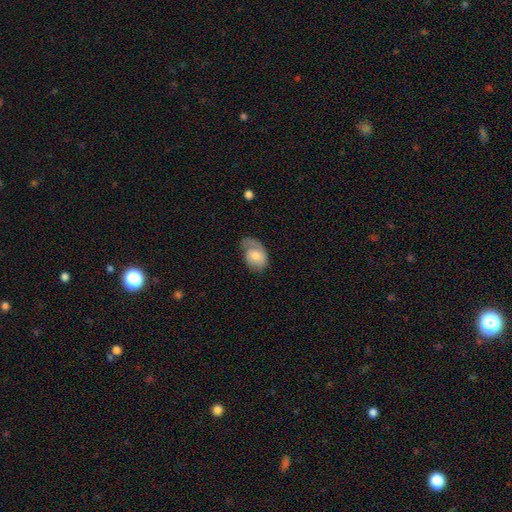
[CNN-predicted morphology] Smooth or featured? Predicted: smooth (p=0.56). How rounded? Predicted: in between (p=0.83). Merging? Predicted: none (p=0.41).